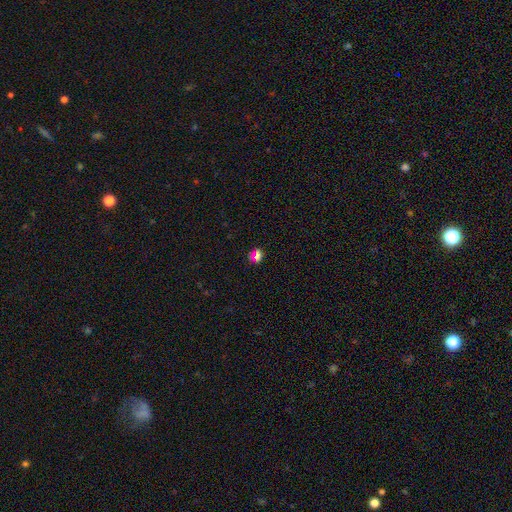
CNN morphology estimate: This is likely a smooth galaxy (60%). How rounded: likely round (75%). Merging: likely none (79%).